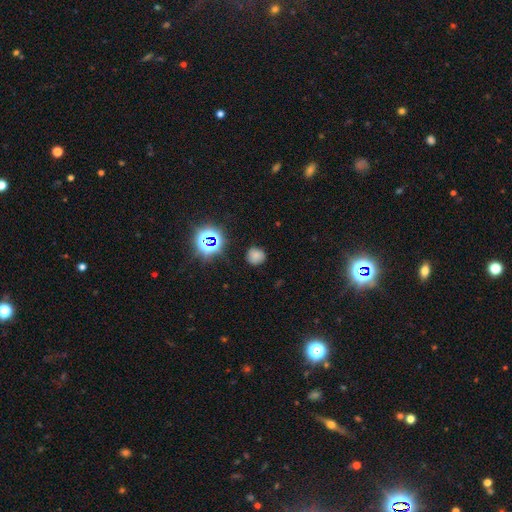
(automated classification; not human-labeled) Smooth or featured?
  - smooth: 69% *
  - star or artifact: 23%
  - featured or disk: 8%
How rounded?
  - round: 86% *
  - in between: 13%
  - cigar-shaped: 1%
Merging?
  - none: 82% *
  - minor disturbance: 13%
  - major disturbance: 4%
  - merger: 2%